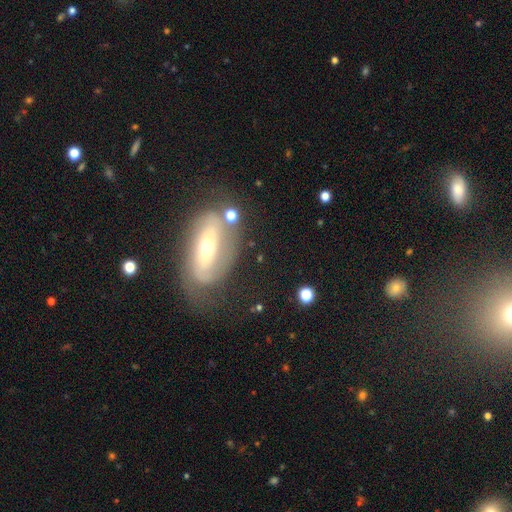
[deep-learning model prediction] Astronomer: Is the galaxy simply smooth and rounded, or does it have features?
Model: featured or disk — 71%.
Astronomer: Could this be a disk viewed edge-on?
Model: no — 83%.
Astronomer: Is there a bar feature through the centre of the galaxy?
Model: no — 40% (runner-up: weak, 34%).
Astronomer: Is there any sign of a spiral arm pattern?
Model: yes — 71%.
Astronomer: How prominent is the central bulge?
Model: moderate — 60%.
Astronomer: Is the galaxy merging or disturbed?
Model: none — 67%.